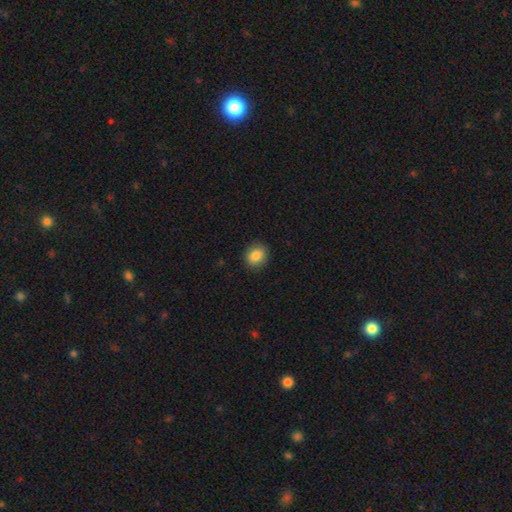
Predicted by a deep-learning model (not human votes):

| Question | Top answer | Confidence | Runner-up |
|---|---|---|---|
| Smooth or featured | smooth | 86% | star or artifact (9%) |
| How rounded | round | 64% | in between (35%) |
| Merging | none | 88% | minor disturbance (9%) |